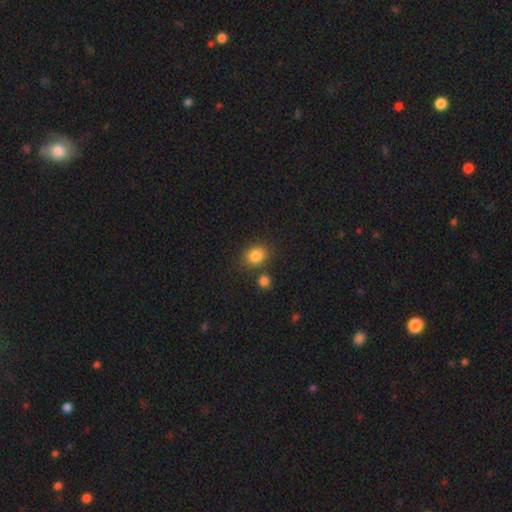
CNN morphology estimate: A smooth galaxy with no disk features (84%) that is round (56%).

Vote fractions:
- Smooth or featured? smooth: 84% / star or artifact: 10% / featured or disk: 5%
- How rounded? round: 56% / in between: 43% / cigar-shaped: 1%
- Merging? none: 72% / merger: 13% / minor disturbance: 12% / major disturbance: 4%